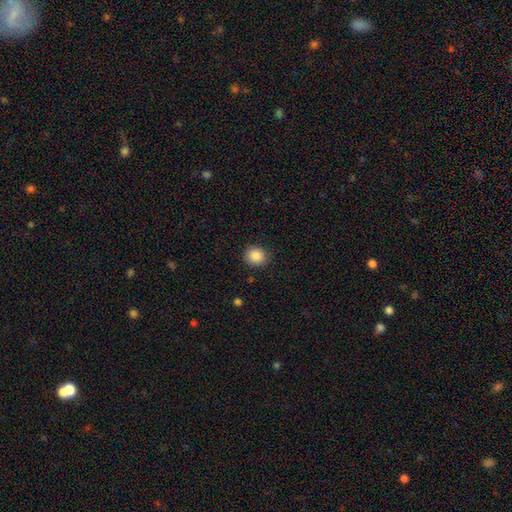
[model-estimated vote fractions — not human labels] Smooth or featured: smooth — 87% (star or artifact — 9%)
How rounded: round — 82% (in between — 17%)
Merging: none — 89% (minor disturbance — 8%)